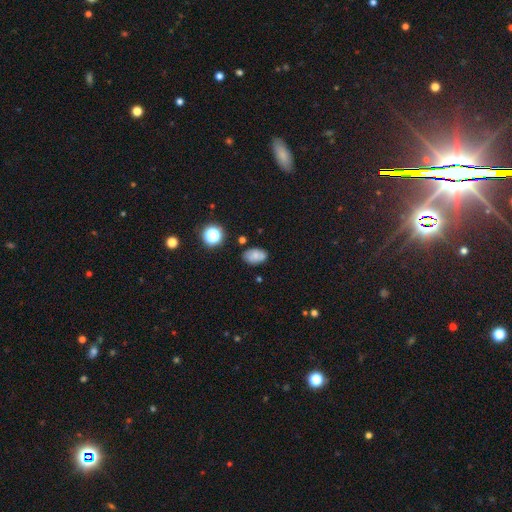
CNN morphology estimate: Q: Smooth or featured?
A: smooth (73%); runner-up: featured or disk (14%)
Q: How rounded?
A: in between (86%); runner-up: round (13%)
Q: Merging?
A: none (75%); runner-up: minor disturbance (17%)